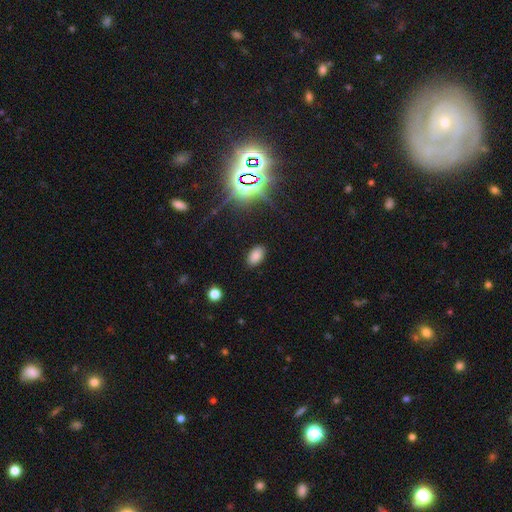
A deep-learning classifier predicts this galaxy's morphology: Smooth or featured? Predicted: smooth (p=0.78). How rounded? Predicted: in between (p=0.93). Merging? Predicted: none (p=0.88).